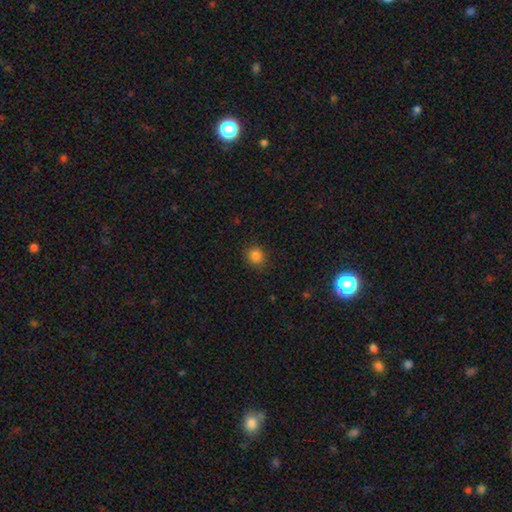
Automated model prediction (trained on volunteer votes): smooth 84%, star or artifact 12%, featured or disk 4%. Down the decision tree: how rounded — round (85%); merging — none (88%).